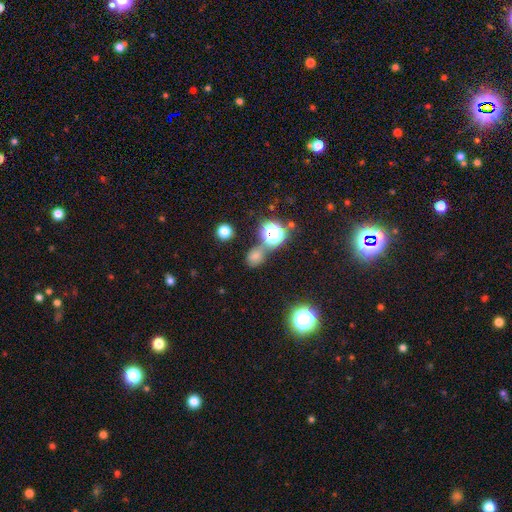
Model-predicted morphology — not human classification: A smooth galaxy with no disk features (58%) that is round (59%). Merging: none (60%).